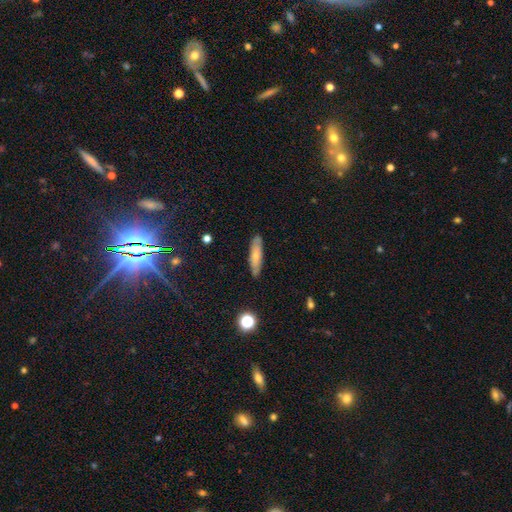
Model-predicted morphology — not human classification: The model was most divided on "smooth or featured": smooth: 68%, featured or disk: 25%, star or artifact: 7%. More confident: merging — none (85%); how rounded — cigar-shaped (71%).